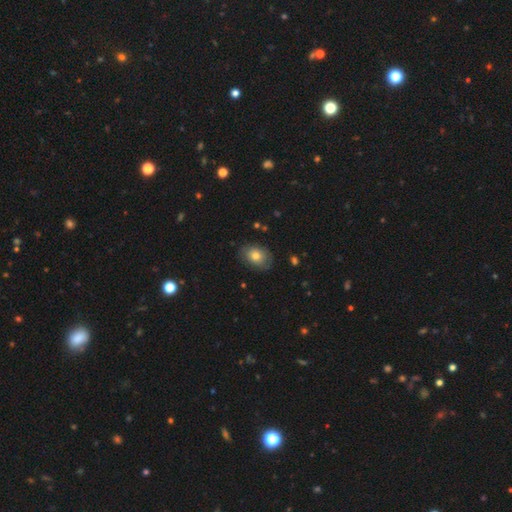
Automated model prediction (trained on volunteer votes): A smooth galaxy with no disk features (74%) that is in between round and cigar-shaped (68%).

Vote fractions:
- Smooth or featured? smooth: 74% / featured or disk: 17% / star or artifact: 9%
- How rounded? in between: 68% / round: 31% / cigar-shaped: 1%
- Merging? none: 79% / minor disturbance: 16% / major disturbance: 4% / merger: 1%